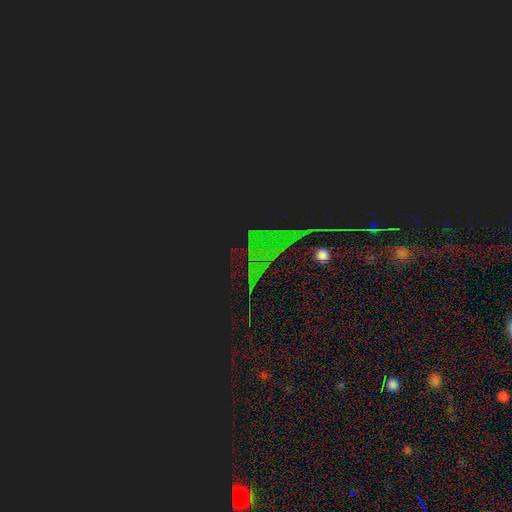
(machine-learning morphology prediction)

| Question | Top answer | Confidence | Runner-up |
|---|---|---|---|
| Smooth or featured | star or artifact | 80% | smooth (12%) |